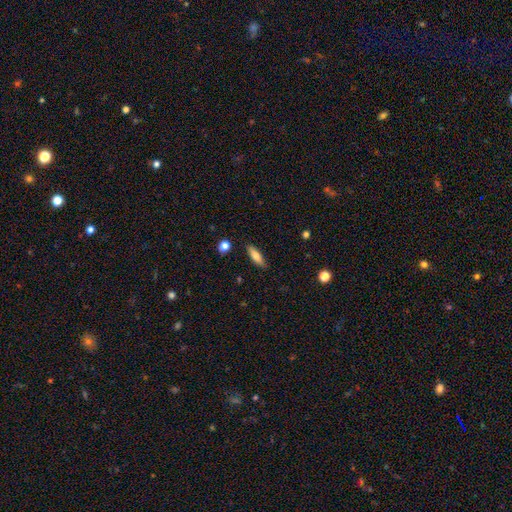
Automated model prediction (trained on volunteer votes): Smooth or featured?
  - smooth: 76% *
  - featured or disk: 17%
  - star or artifact: 7%
How rounded?
  - cigar-shaped: 49% *
  - in between: 48%
  - round: 2%
Merging?
  - none: 87% *
  - minor disturbance: 9%
  - major disturbance: 2%
  - merger: 2%